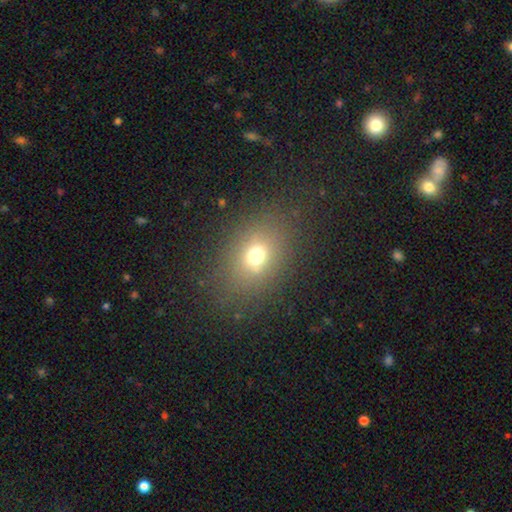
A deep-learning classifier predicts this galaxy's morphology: Smooth or featured: smooth — 68% (star or artifact — 19%)
How rounded: in between — 56% (round — 42%)
Merging: none — 79% (minor disturbance — 11%)